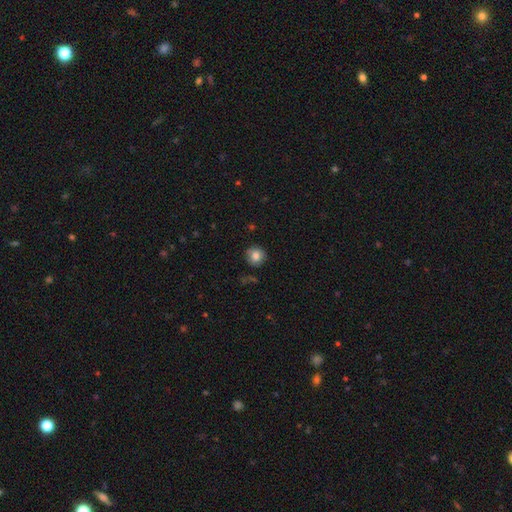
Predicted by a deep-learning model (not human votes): Smooth or featured? Predicted: smooth (p=0.81). How rounded? Predicted: round (p=0.91). Merging? Predicted: none (p=0.83).